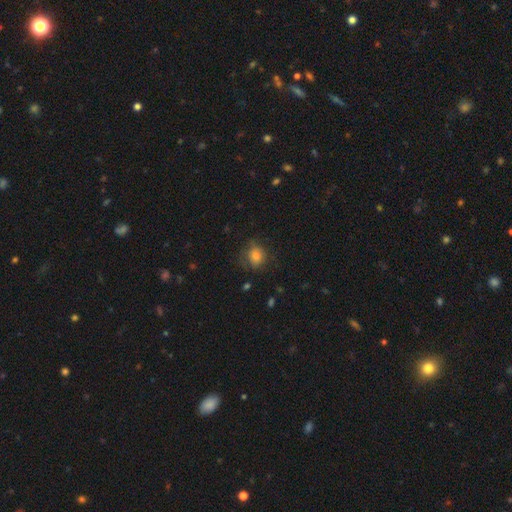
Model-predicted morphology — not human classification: This appears to be a smooth galaxy with no disk features (75%) that is round (66%). Merging: none (64%).